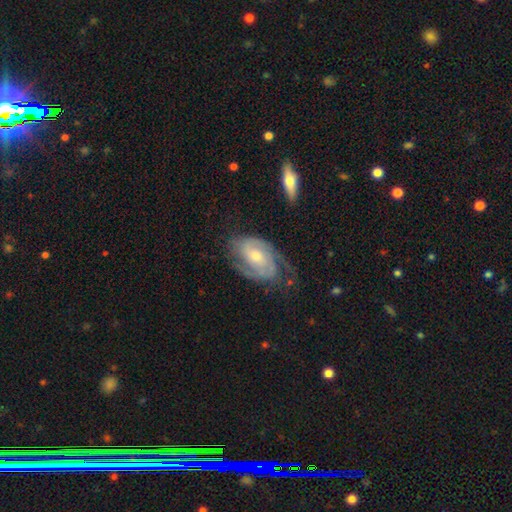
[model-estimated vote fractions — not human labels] smooth_or_featured: featured or disk (p=0.86) [alt: smooth p=0.09]
disk_edge_on: no (p=0.96) [alt: yes p=0.04]
bar: no (p=0.57) [alt: weak p=0.34]
has_spiral_arms: yes (p=0.96) [alt: no p=0.04]
spiral_winding: tight (p=0.53) [alt: medium p=0.38]
spiral_arm_count: 2 (p=0.67) [alt: can't tell p=0.13]
bulge_size: moderate (p=0.50) [alt: small p=0.44]
merging: none (p=0.65) [alt: minor disturbance p=0.21]